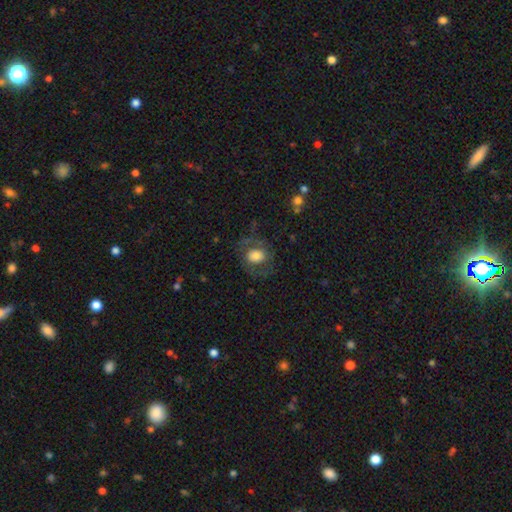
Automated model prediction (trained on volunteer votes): smooth-or-featured: smooth: 59% | featured or disk: 32% | star or artifact: 9%
  how-rounded: round: 53% | in between: 46% | cigar-shaped: 1%
  merging: none: 66% | minor disturbance: 17% | major disturbance: 16% | merger: 2%